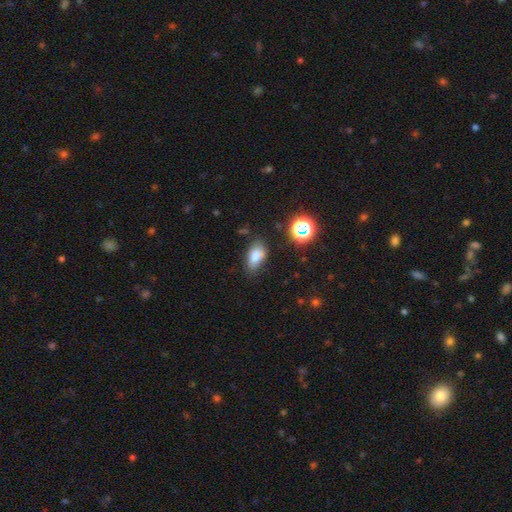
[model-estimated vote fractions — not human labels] A smooth galaxy with no disk features (80%) that is in between round and cigar-shaped (88%).

Vote fractions:
- Smooth or featured? smooth: 80% / star or artifact: 12% / featured or disk: 8%
- How rounded? in between: 88% / round: 8% / cigar-shaped: 4%
- Merging? none: 69% / minor disturbance: 22% / major disturbance: 5% / merger: 4%